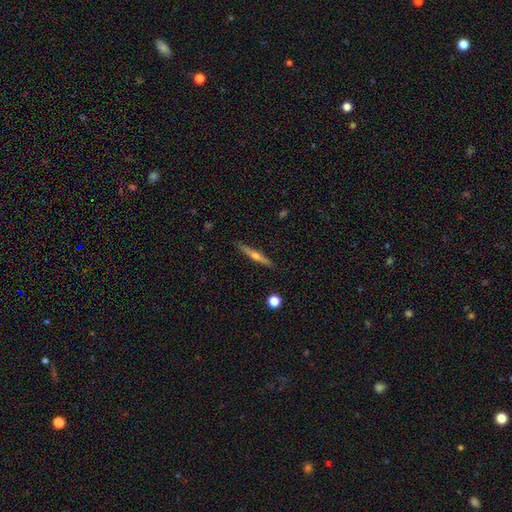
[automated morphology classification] Overall: featured or disk (71%). Edge-on disk: yes (98%). Edge-on bulge: rounded (88%). Merging: none (90%).